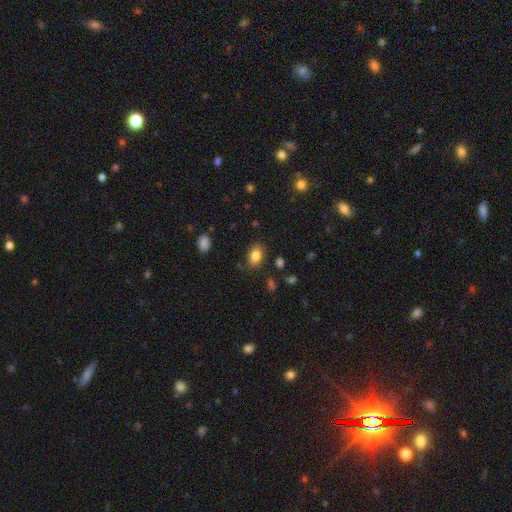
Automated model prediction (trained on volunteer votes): smooth_or_featured: smooth (p=0.83) [alt: star or artifact p=0.09]
how_rounded: in between (p=0.81) [alt: round p=0.18]
merging: none (p=0.81) [alt: minor disturbance p=0.13]